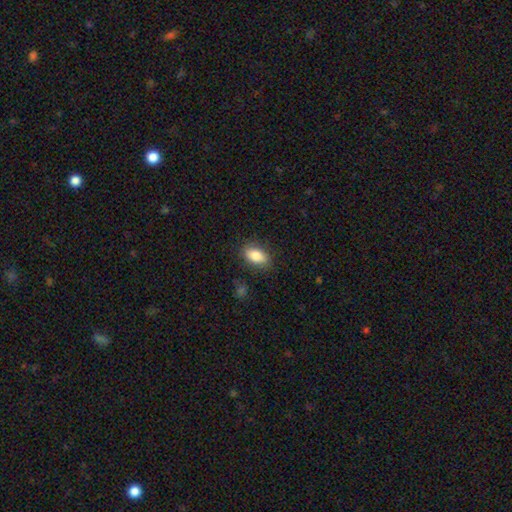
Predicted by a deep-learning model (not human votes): This is clearly a smooth galaxy (83%). How rounded: clearly in between (90%). Merging: clearly none (84%).